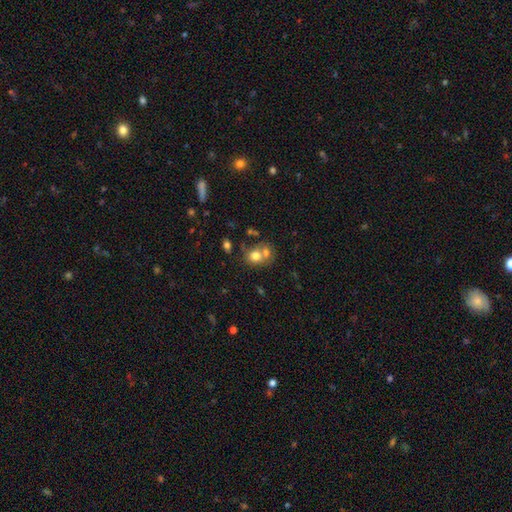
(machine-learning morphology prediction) This is likely a smooth galaxy (71%). How rounded: likely round (63%). Merging: possibly merger (55%).